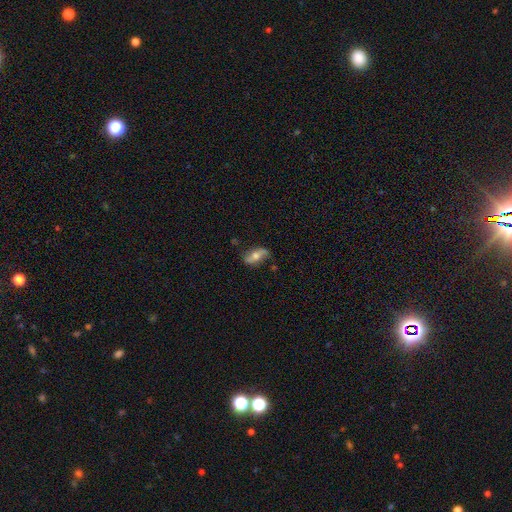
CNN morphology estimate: This appears to be a featured or disk galaxy (51%). Merging: none (74%).